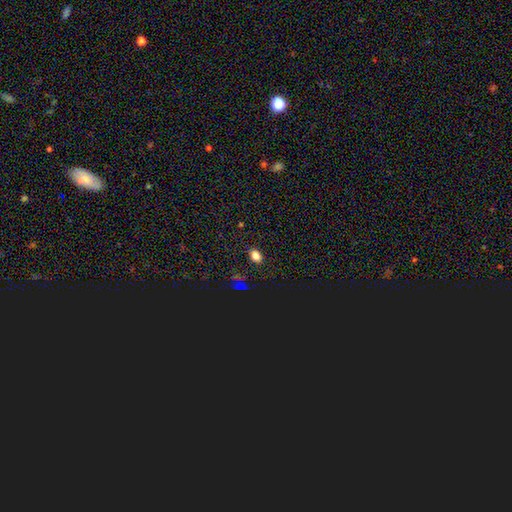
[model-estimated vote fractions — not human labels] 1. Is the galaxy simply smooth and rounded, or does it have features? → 78% smooth, 17% star or artifact, 6% featured or disk.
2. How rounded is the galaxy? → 76% in between, 22% round, 2% cigar-shaped.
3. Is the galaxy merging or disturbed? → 87% none, 9% minor disturbance, 3% major disturbance, 1% merger.